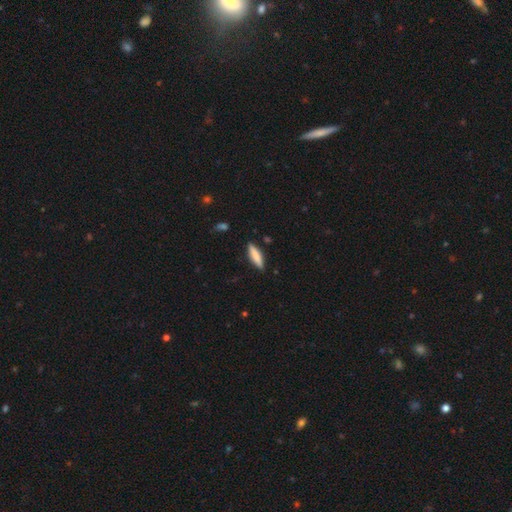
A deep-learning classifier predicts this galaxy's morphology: This appears to be a smooth galaxy with no disk features (77%) that is cigar-shaped (71%). Merging: none (87%).